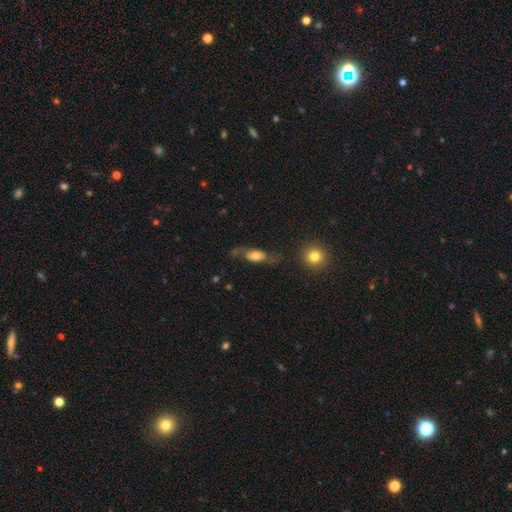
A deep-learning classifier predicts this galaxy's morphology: Smooth or featured?
  - smooth: 51% *
  - featured or disk: 41%
  - star or artifact: 7%
How rounded?
  - in between: 73% *
  - cigar-shaped: 18%
  - round: 9%
Merging?
  - none: 57% *
  - minor disturbance: 23%
  - major disturbance: 16%
  - merger: 4%